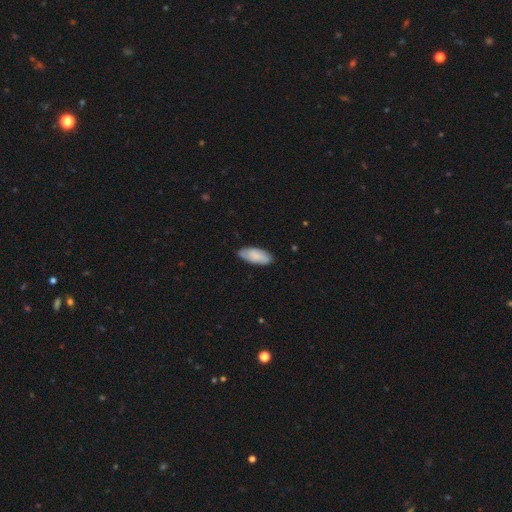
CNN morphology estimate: smooth_or_featured: smooth (p=0.77) [alt: featured or disk p=0.17]
how_rounded: in between (p=0.87) [alt: cigar-shaped p=0.11]
merging: none (p=0.82) [alt: minor disturbance p=0.15]